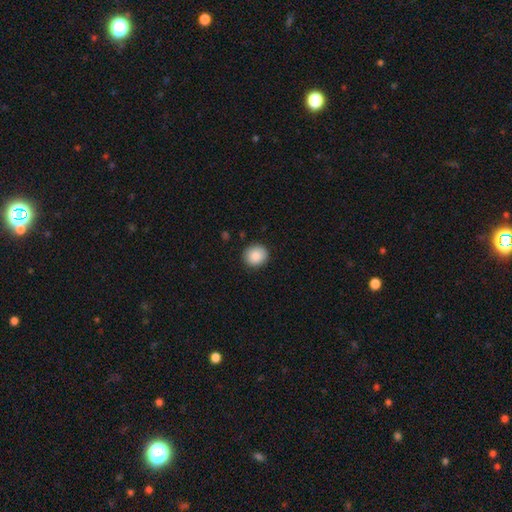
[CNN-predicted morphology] Q: Smooth or featured?
A: smooth (88%); runner-up: star or artifact (8%)
Q: How rounded?
A: round (86%); runner-up: in between (14%)
Q: Merging?
A: none (90%); runner-up: minor disturbance (7%)